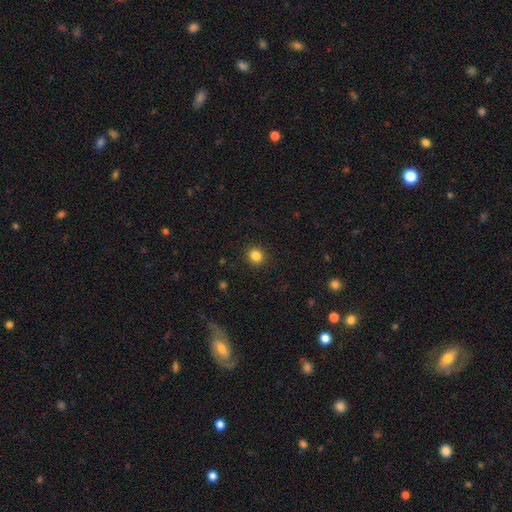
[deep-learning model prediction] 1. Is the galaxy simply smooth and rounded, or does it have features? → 84% smooth, 11% star or artifact, 4% featured or disk.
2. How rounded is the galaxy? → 86% round, 13% in between, 1% cigar-shaped.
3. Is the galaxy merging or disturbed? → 92% none, 6% minor disturbance, 2% major disturbance, 1% merger.